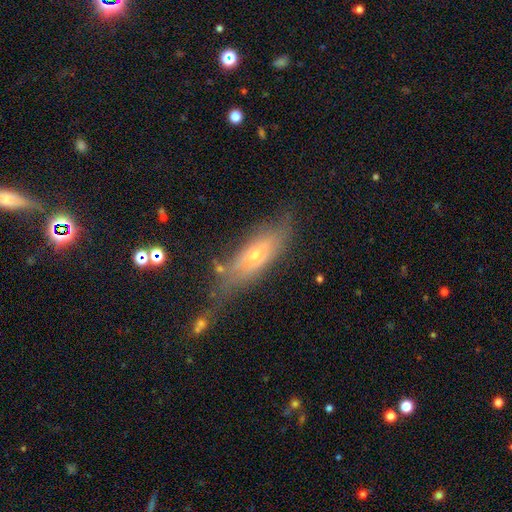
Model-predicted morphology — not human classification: smooth-or-featured: featured or disk: 47% | smooth: 42% | star or artifact: 11%
  merging: none: 53% | minor disturbance: 25% | major disturbance: 14% | merger: 8%